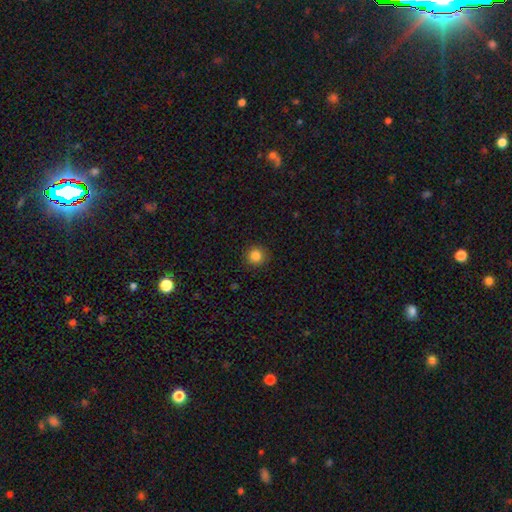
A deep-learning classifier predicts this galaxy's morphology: Overall: smooth (85%). How rounded: round (94%). Merging: none (91%).